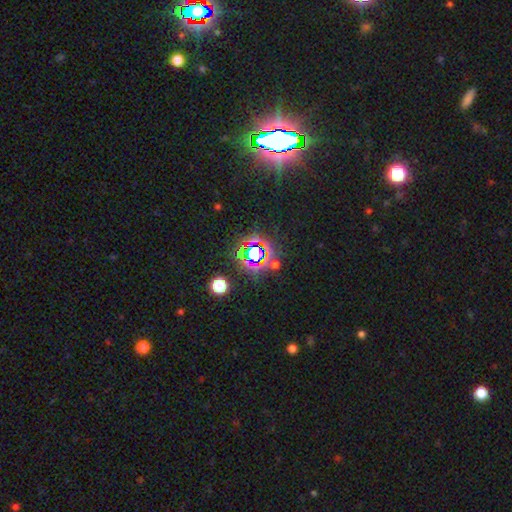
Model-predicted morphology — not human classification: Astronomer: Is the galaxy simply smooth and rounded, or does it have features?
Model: star or artifact — 73%.